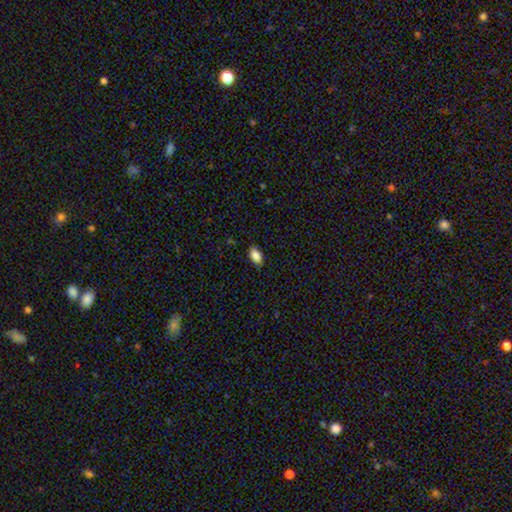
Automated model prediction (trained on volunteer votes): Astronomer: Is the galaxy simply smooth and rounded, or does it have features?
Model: smooth — 87%.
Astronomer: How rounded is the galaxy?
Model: in between — 92%.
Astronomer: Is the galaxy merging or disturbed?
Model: none — 86%.